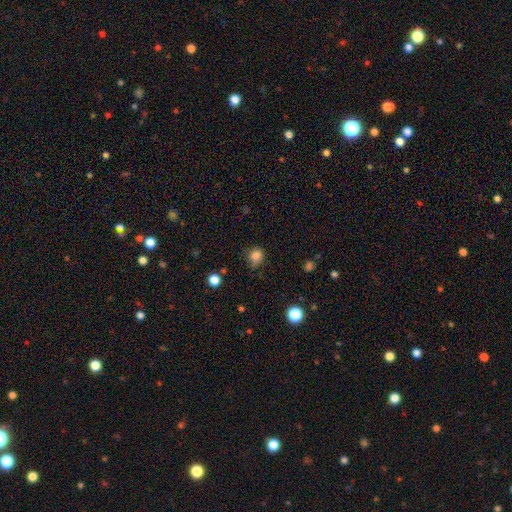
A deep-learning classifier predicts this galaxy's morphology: type=smooth (82%); roundness=round (70%); merging=none (62%).